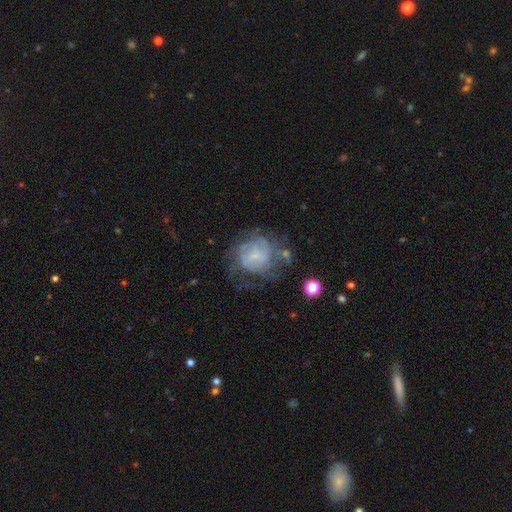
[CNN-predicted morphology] This appears to be a featured or disk galaxy (72%) with no bar (50%), tight (55%) spiral arms (80%) and a small central bulge (51%). Merging: none (52%).